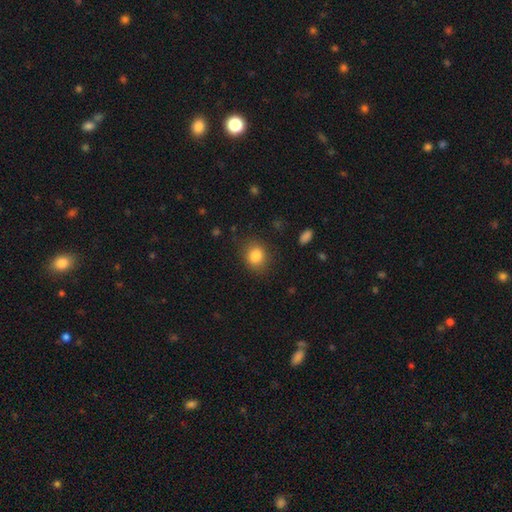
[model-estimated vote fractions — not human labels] Smooth or featured?
  - smooth: 84% *
  - star or artifact: 10%
  - featured or disk: 6%
How rounded?
  - round: 66% *
  - in between: 33%
  - cigar-shaped: 1%
Merging?
  - none: 84% *
  - minor disturbance: 11%
  - major disturbance: 4%
  - merger: 1%